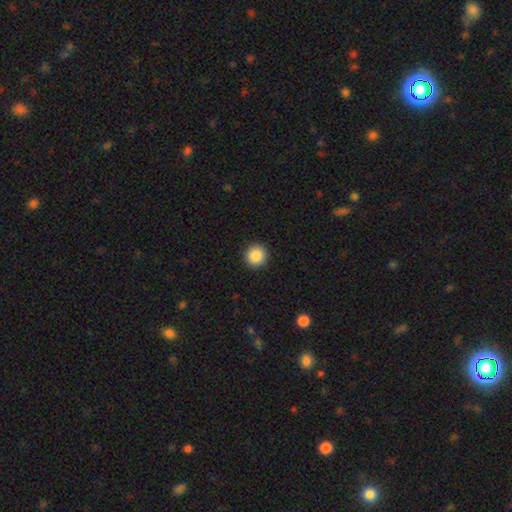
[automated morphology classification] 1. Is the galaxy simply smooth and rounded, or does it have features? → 88% smooth, 9% star or artifact, 3% featured or disk.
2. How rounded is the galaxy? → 95% round, 4% in between, 1% cigar-shaped.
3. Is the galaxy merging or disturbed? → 93% none, 5% minor disturbance, 2% major disturbance, 1% merger.